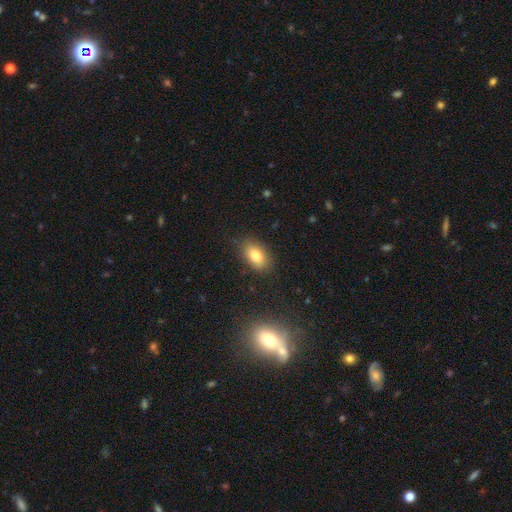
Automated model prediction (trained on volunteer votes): This is likely a smooth galaxy (80%). How rounded: clearly in between (88%). Merging: clearly none (82%).